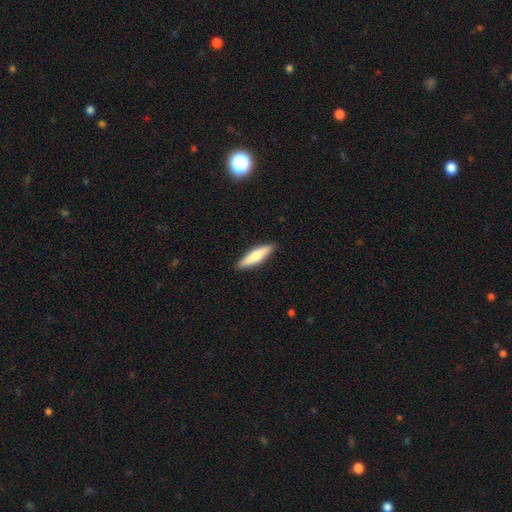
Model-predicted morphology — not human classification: type=smooth (64%); roundness=cigar-shaped (73%); merging=none (90%).